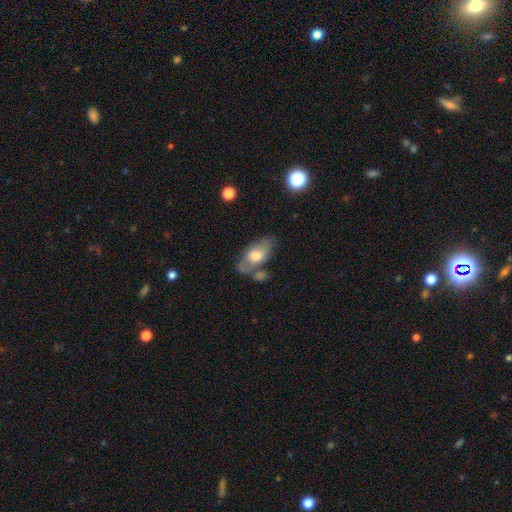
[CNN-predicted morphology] smooth-or-featured: smooth: 58% | featured or disk: 35% | star or artifact: 7%
  how-rounded: in between: 91% | round: 5% | cigar-shaped: 4%
  merging: none: 49% | minor disturbance: 22% | merger: 18% | major disturbance: 11%